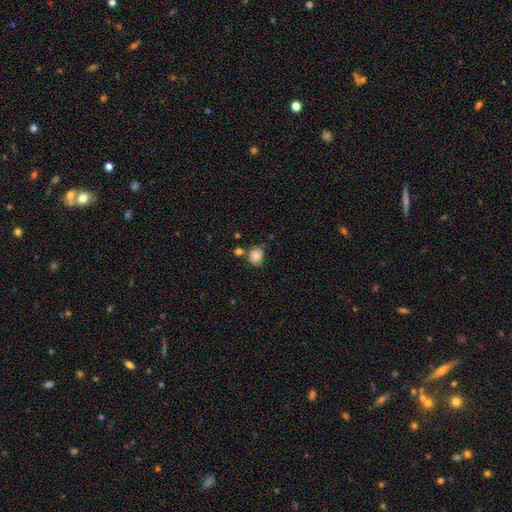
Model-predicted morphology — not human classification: The model was most divided on "how rounded": round: 64%, in between: 35%, cigar-shaped: 1%. More confident: smooth or featured — smooth (80%); merging — none (61%).